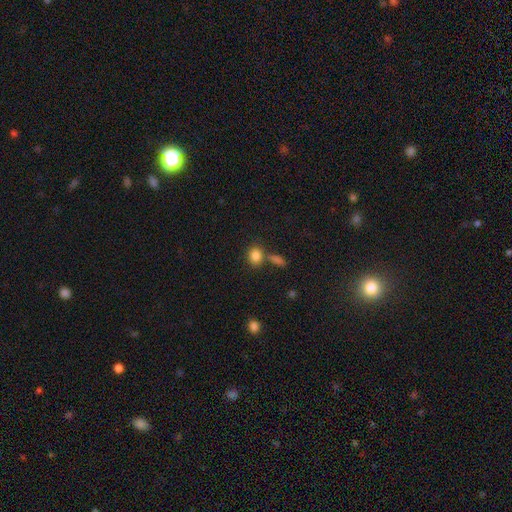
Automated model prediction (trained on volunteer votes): The model was most divided on "how rounded": round: 62%, in between: 36%, cigar-shaped: 2%. More confident: smooth or featured — smooth (84%); merging — none (61%).